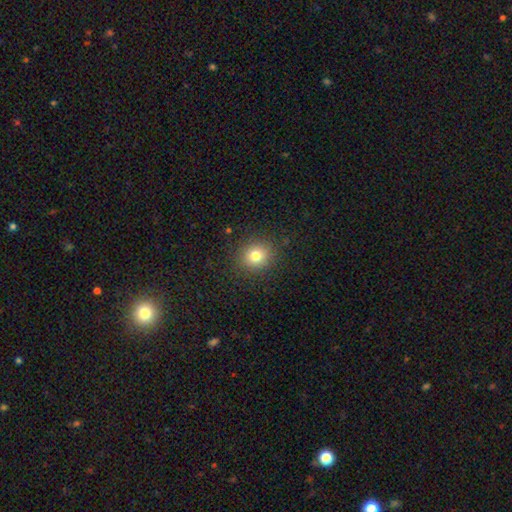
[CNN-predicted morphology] This is likely a smooth galaxy (79%). How rounded: clearly round (84%). Merging: clearly none (89%).